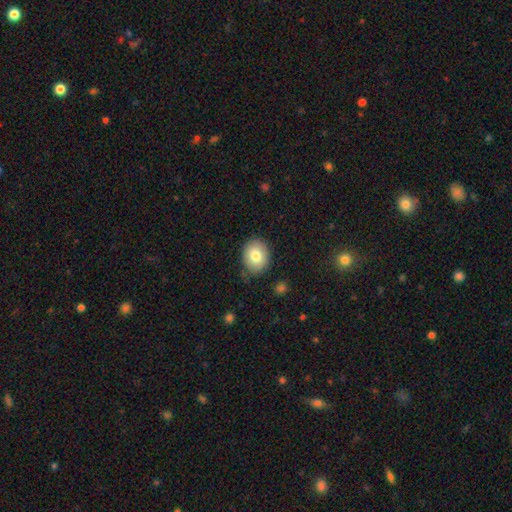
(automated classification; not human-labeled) Overall: smooth (79%). How rounded: round (53%; in between 46%). Merging: none (82%).